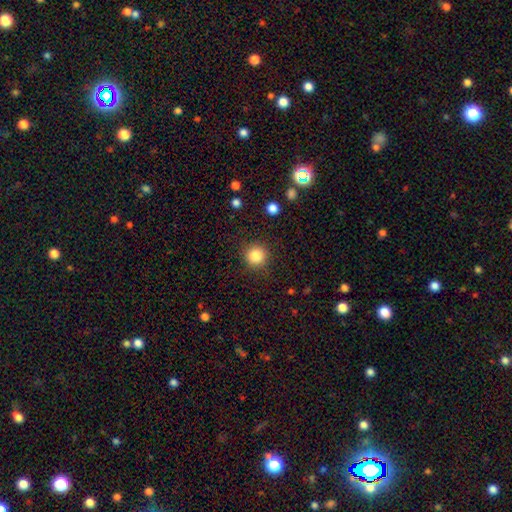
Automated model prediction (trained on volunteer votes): smooth 84%, star or artifact 11%, featured or disk 5%. Down the decision tree: how rounded — round (95%); merging — none (90%).